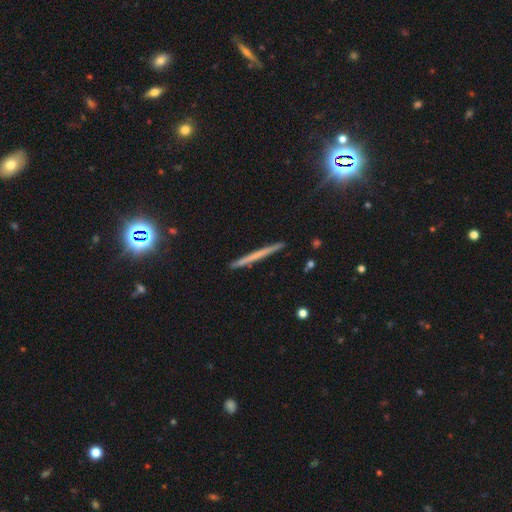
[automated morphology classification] featured or disk 45% (tied), smooth 45% (tied), star or artifact 10%. Down the decision tree: merging — none (91%).